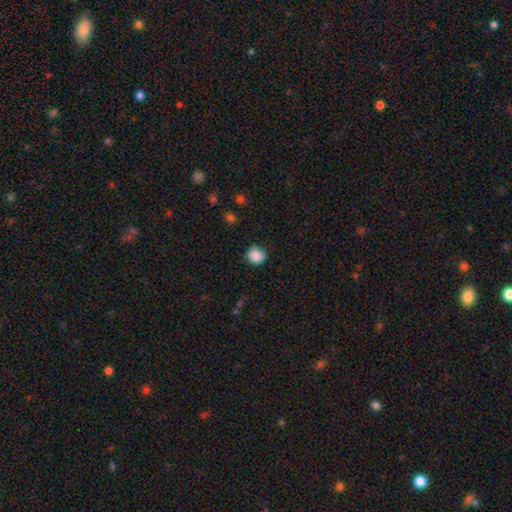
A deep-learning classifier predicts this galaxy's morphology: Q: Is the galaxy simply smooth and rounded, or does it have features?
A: smooth — 87%.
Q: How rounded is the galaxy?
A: round — 83%.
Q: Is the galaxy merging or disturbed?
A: none — 77%.